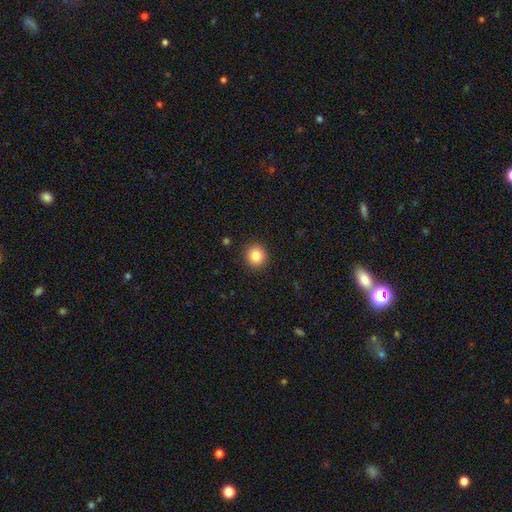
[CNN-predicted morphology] Q: Smooth or featured?
A: smooth (84%); runner-up: star or artifact (10%)
Q: How rounded?
A: round (89%); runner-up: in between (10%)
Q: Merging?
A: none (91%); runner-up: minor disturbance (6%)